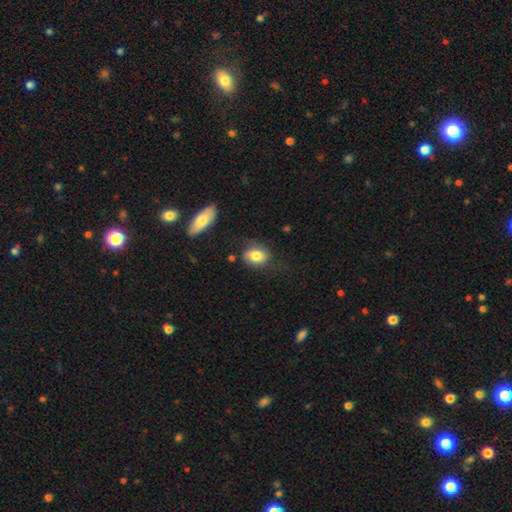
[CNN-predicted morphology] type=smooth (79%); roundness=in between (64%); merging=none (65%).